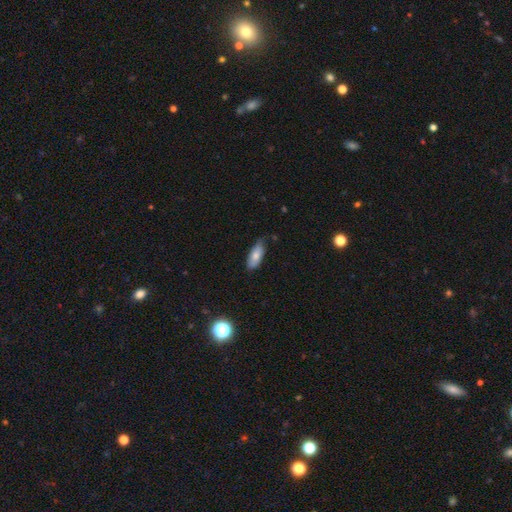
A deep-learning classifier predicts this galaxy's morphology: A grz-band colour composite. It shows a smooth galaxy with no disk features (77%) that is in between round and cigar-shaped (77%). Merging: none (68%).